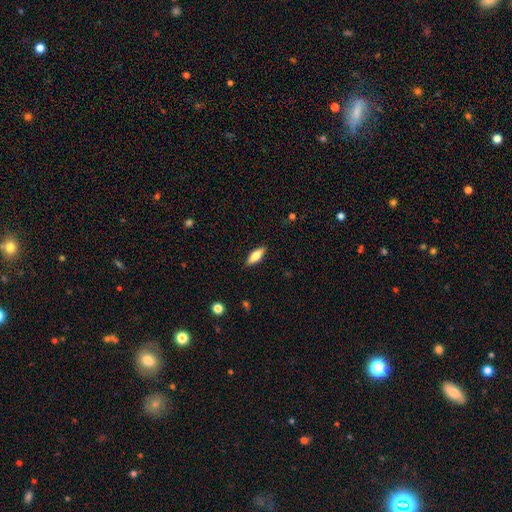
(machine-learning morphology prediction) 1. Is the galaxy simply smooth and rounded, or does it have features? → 63% smooth, 31% featured or disk, 6% star or artifact.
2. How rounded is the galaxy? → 68% in between, 29% cigar-shaped, 3% round.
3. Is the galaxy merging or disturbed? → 88% none, 9% minor disturbance, 2% major disturbance, 1% merger.